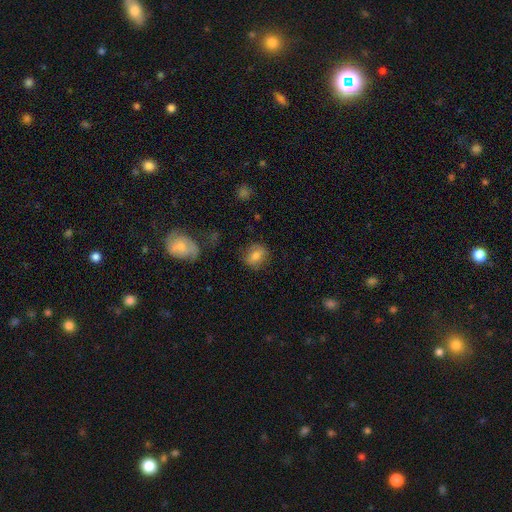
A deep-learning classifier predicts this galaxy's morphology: Smooth or featured: smooth — 74% (featured or disk — 16%)
How rounded: round — 54% (in between — 45%)
Merging: none — 79% (minor disturbance — 14%)